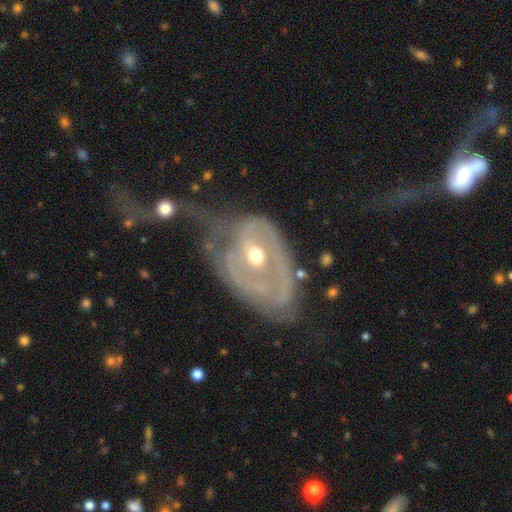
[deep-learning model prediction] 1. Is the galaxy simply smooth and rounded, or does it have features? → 77% featured or disk, 17% smooth, 6% star or artifact.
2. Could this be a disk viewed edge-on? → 95% no, 5% yes.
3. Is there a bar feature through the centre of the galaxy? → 62% no, 26% weak, 11% strong.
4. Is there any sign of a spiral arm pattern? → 62% yes, 38% no.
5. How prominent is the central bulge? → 62% moderate, 32% small, 3% large, 1% none, 1% dominant.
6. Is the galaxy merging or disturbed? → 38% major disturbance, 27% none, 23% minor disturbance, 11% merger.